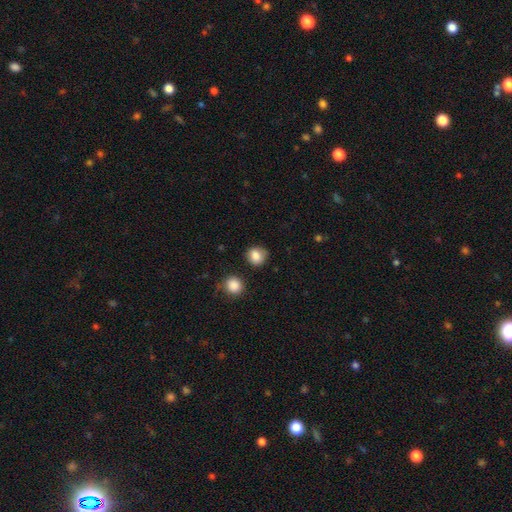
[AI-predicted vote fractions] smooth_or_featured: smooth (p=0.85) [alt: star or artifact p=0.09]
how_rounded: round (p=0.79) [alt: in between p=0.20]
merging: none (p=0.76) [alt: minor disturbance p=0.15]